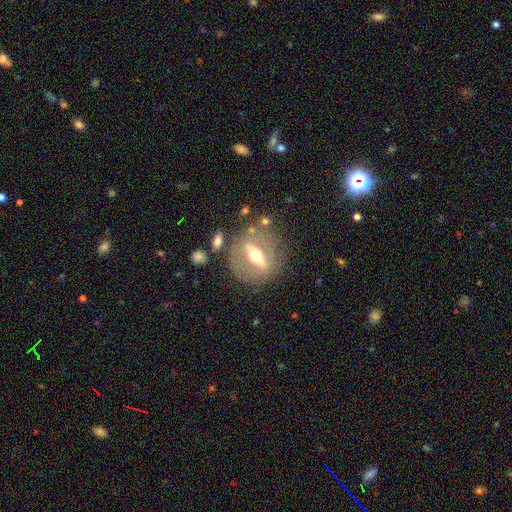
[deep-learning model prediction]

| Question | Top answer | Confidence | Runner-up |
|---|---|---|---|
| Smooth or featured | featured or disk | 75% | smooth (17%) |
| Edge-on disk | yes | 52% | no (48%) |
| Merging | none | 77% | minor disturbance (12%) |